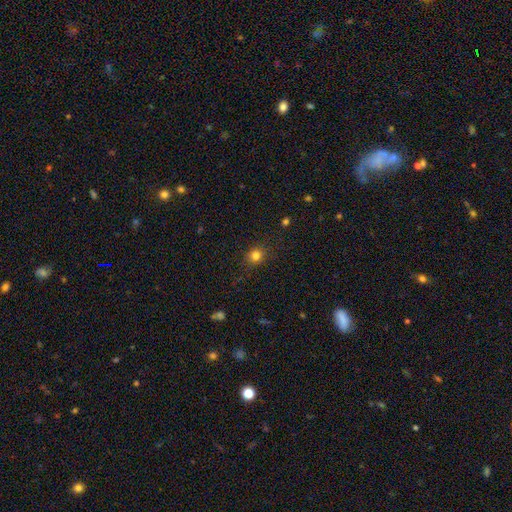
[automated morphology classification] smooth_or_featured: smooth (p=0.80) [alt: star or artifact p=0.14]
how_rounded: round (p=0.81) [alt: in between p=0.18]
merging: none (p=0.85) [alt: minor disturbance p=0.10]